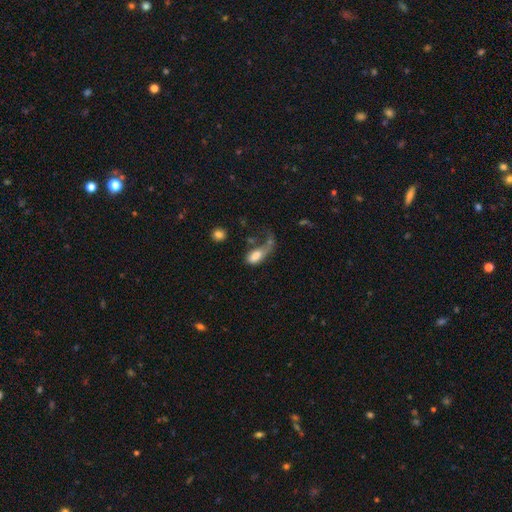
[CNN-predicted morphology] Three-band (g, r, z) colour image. It shows a smooth galaxy with no disk features (67%) that is in between round and cigar-shaped (86%). Merging: major disturbance (52%).